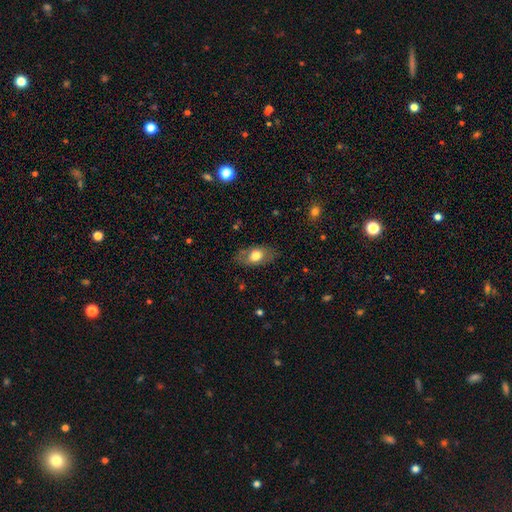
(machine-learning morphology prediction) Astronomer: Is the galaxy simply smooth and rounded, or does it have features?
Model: smooth — 70%.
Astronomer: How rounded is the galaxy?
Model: in between — 88%.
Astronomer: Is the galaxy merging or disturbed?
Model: none — 77%.